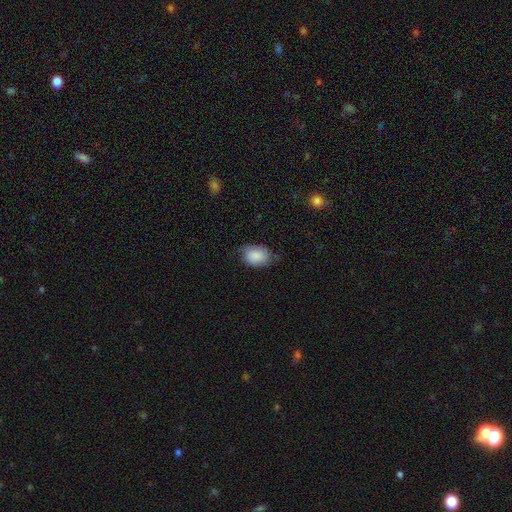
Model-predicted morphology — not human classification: This appears to be a smooth galaxy with no disk features (86%) that is in between round and cigar-shaped (74%). Merging: none (61%).